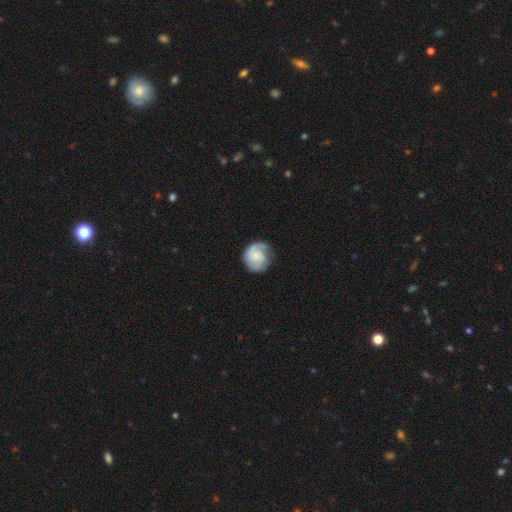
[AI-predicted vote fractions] Overall: featured or disk (69%). Edge-on disk: no (98%). Bar: no (70%). Spiral arms: yes (94%). Spiral arm count: 2 (56%). Spiral winding: tight (51%; medium 37%). Bulge size: small (57%; moderate 27%). Merging: none (70%).